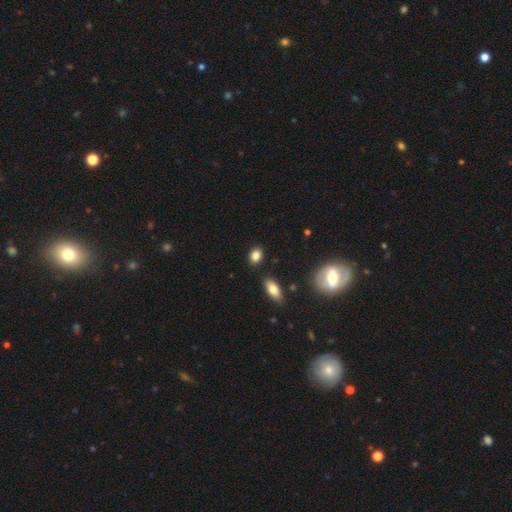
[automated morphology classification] smooth-or-featured: smooth: 85% | star or artifact: 9% | featured or disk: 5%
  how-rounded: in between: 71% | round: 27% | cigar-shaped: 2%
  merging: none: 83% | minor disturbance: 11% | merger: 4% | major disturbance: 3%